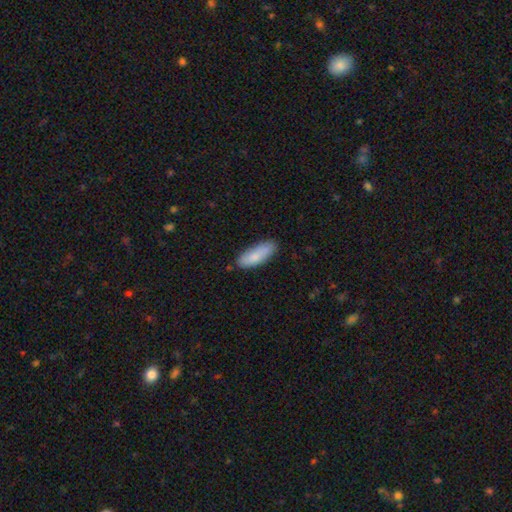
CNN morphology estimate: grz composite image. It shows a smooth galaxy with no disk features (82%) that is in between round and cigar-shaped (67%). Merging: none (77%).